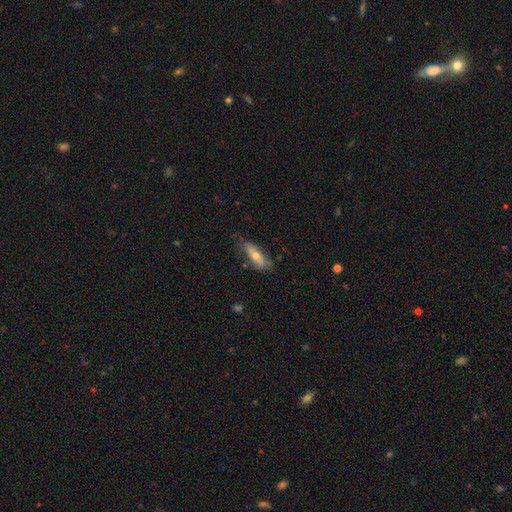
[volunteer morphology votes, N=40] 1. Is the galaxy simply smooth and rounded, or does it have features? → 52% smooth, 40% featured or disk, 8% star or artifact.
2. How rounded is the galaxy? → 62% in between, 33% cigar-shaped, 5% round.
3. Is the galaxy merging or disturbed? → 57% none, 38% minor disturbance, 5% merger, 0% major disturbance.